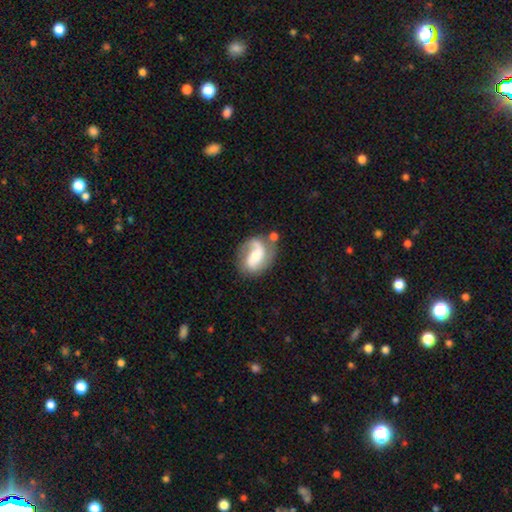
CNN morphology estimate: This is likely a featured or disk galaxy (75%). It is clearly not viewed edge-on (97%). Bar: marginally weak (41%). Spiral arm pattern: clearly yes (93%). Spiral arm count: likely 2 (68%). Spiral winding: marginally medium (45%). Central bulge: marginally moderate (41%). Merging: possibly none (55%).